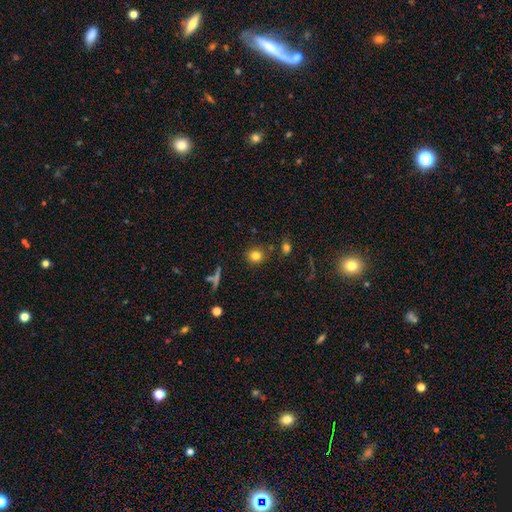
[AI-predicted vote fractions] A smooth galaxy with no disk features (80%) that is round (86%).

Vote fractions:
- Smooth or featured? smooth: 80% / star or artifact: 12% / featured or disk: 8%
- How rounded? round: 86% / in between: 13% / cigar-shaped: 1%
- Merging? none: 83% / minor disturbance: 9% / merger: 5% / major disturbance: 3%